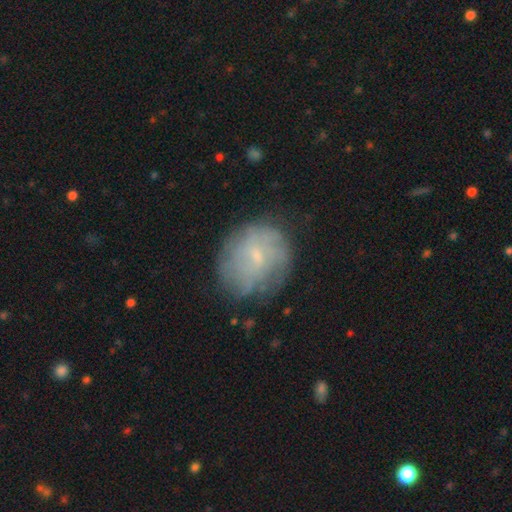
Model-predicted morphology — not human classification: type=smooth (46%); merging=none (69%).